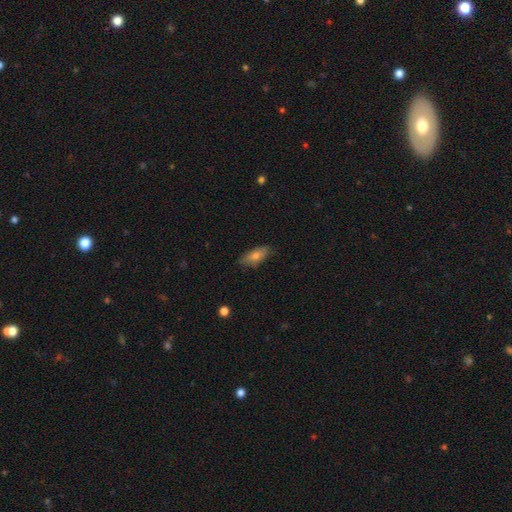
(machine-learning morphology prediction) Smooth or featured? smooth (73%)
How rounded? in between (74%)
Merging? none (83%)